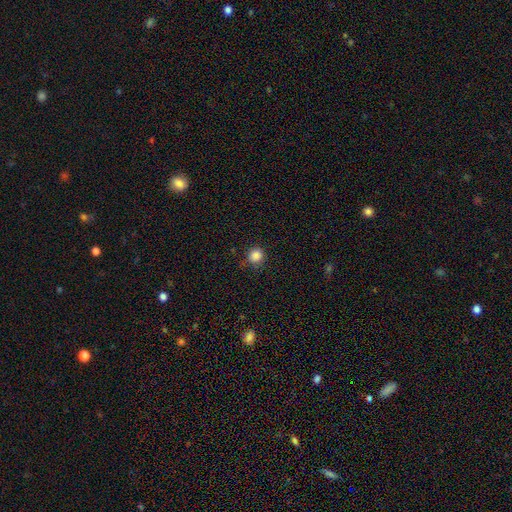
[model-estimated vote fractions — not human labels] This appears to be a smooth galaxy with no disk features (86%) that is round (89%). Merging: none (83%).